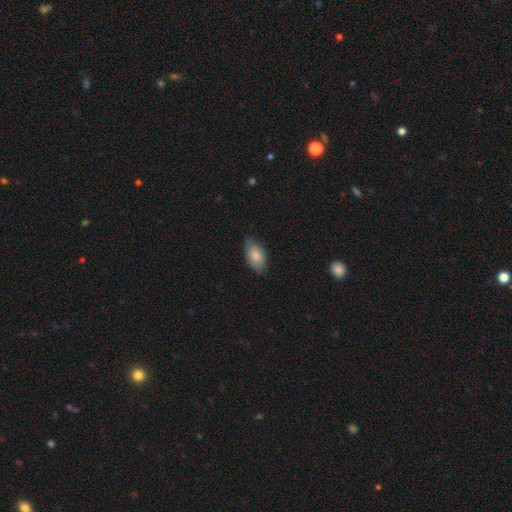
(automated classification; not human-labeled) Morphology: type=smooth (82%); roundness=in between (93%); merging=none (76%).